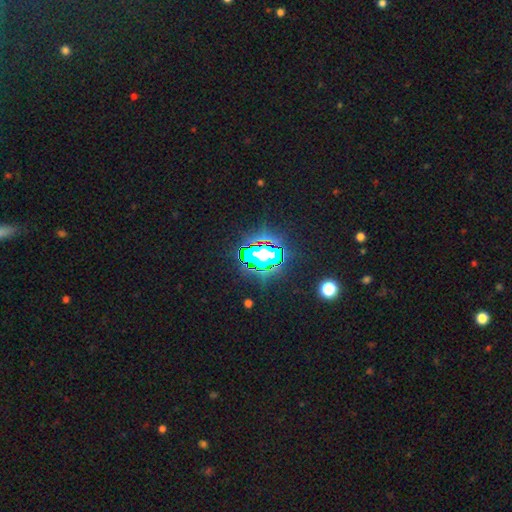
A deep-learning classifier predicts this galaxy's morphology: Q: Smooth or featured?
A: star or artifact (78%); runner-up: smooth (13%)